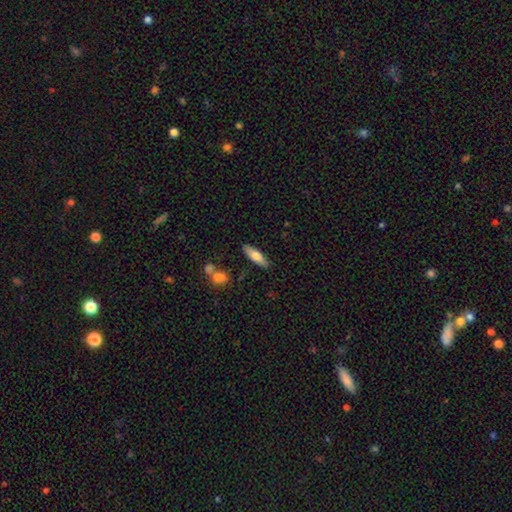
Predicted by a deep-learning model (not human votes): Smooth or featured? Predicted: smooth (p=0.70). How rounded? Predicted: cigar-shaped (p=0.50). Merging? Predicted: none (p=0.84).